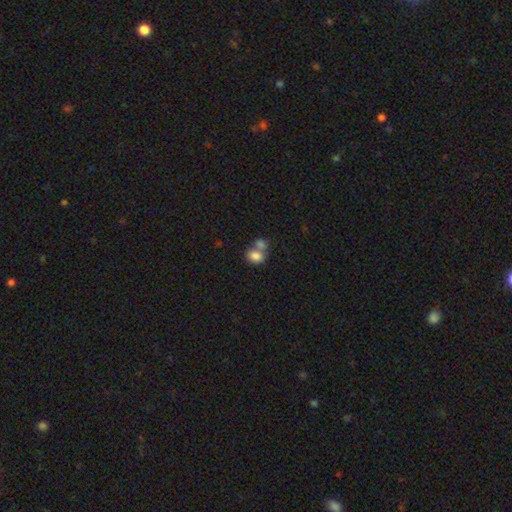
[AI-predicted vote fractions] A smooth galaxy with no disk features (80%) that is in between round and cigar-shaped (63%).

Vote fractions:
- Smooth or featured? smooth: 80% / featured or disk: 10% / star or artifact: 9%
- How rounded? in between: 63% / round: 36% / cigar-shaped: 1%
- Merging? merger: 55% / none: 31% / minor disturbance: 9% / major disturbance: 5%